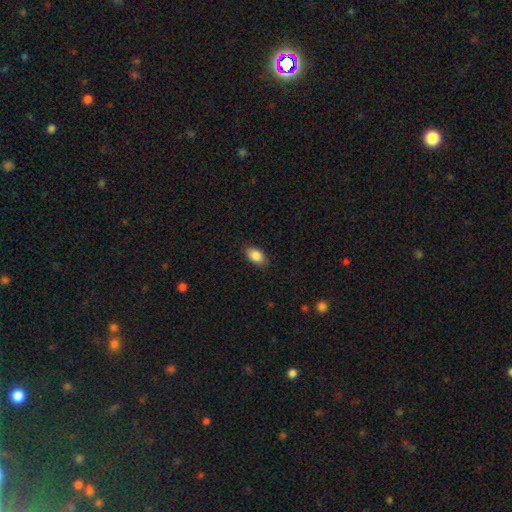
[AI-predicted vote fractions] Morphology: type=smooth (88%); roundness=in between (92%); merging=none (87%).